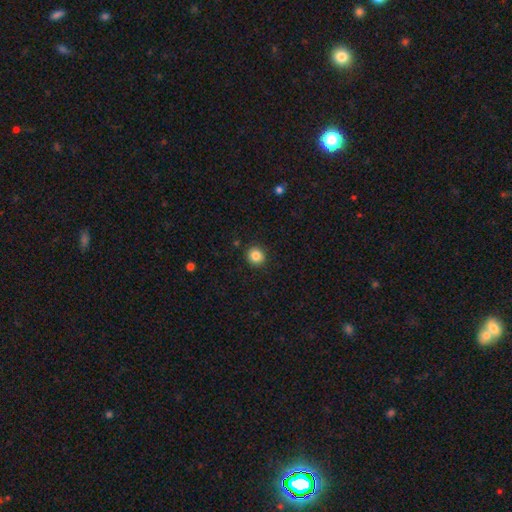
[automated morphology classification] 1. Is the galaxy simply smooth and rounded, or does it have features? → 85% smooth, 10% star or artifact, 5% featured or disk.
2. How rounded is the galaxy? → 90% round, 9% in between, 1% cigar-shaped.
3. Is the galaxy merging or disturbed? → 91% none, 6% minor disturbance, 2% major disturbance, 1% merger.